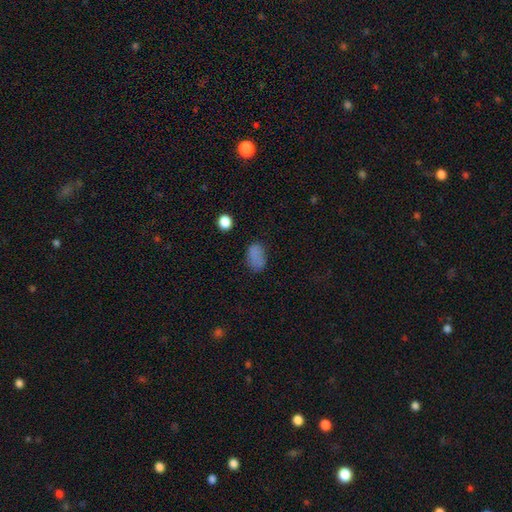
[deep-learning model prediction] The model was most divided on "merging": none: 74%, minor disturbance: 19%, major disturbance: 6%, merger: 2%. More confident: how rounded — in between (87%); smooth or featured — smooth (80%).